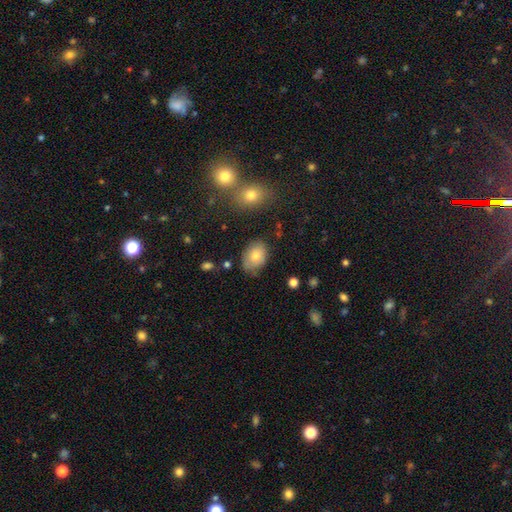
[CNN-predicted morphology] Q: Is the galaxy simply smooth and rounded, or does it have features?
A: smooth — 77%.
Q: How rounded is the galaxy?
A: in between — 79%.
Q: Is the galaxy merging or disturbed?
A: none — 75%.